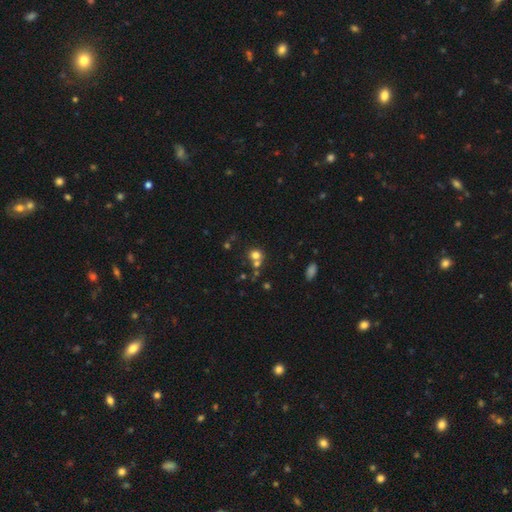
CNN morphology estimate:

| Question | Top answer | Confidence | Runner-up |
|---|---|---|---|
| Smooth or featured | smooth | 71% | star or artifact (17%) |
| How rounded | round | 81% | in between (18%) |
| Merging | none | 51% | merger (36%) |